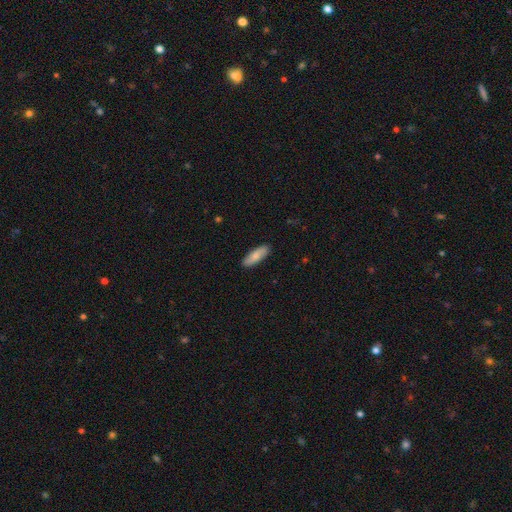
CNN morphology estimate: smooth 77%, featured or disk 18%, star or artifact 5%. Down the decision tree: how rounded — in between (57%); merging — none (89%).